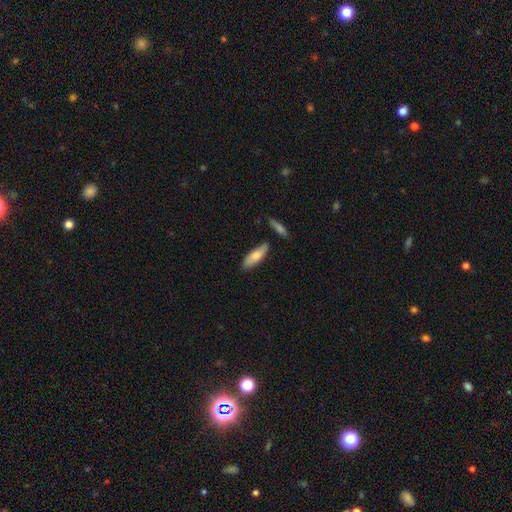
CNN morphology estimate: Smooth or featured? smooth (75%)
How rounded? in between (53%)
Merging? none (74%)